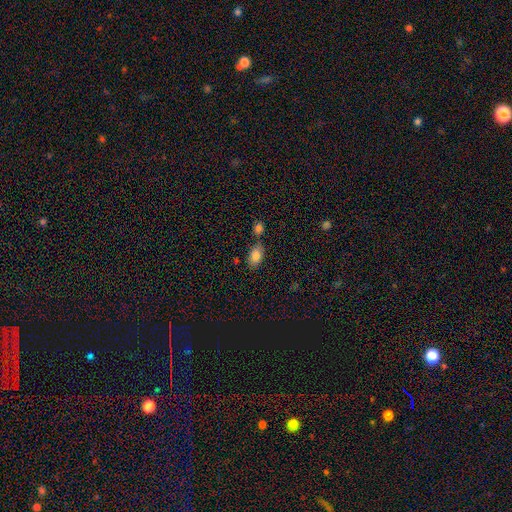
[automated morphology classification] The model was most divided on "merging": none: 61%, merger: 22%, minor disturbance: 14%, major disturbance: 4%. More confident: how rounded — in between (89%); smooth or featured — smooth (84%).